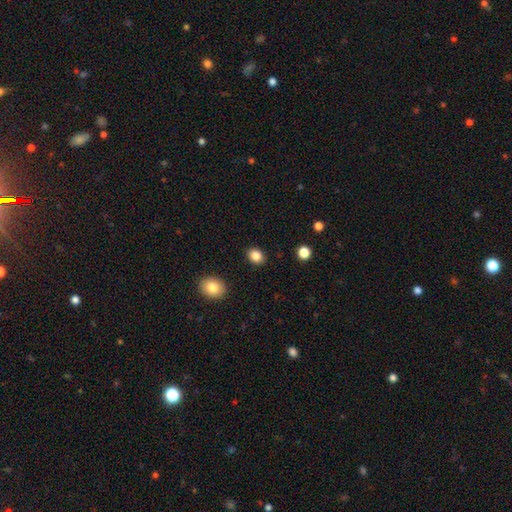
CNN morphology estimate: This is clearly a smooth galaxy (86%). How rounded: possibly in between (54%). Merging: clearly none (89%).